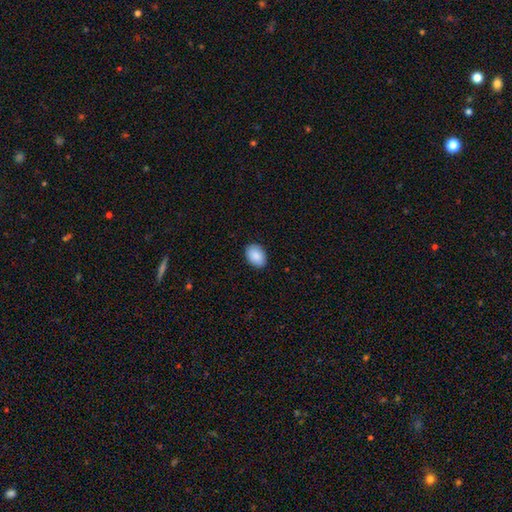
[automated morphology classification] Smooth or featured? smooth (89%)
How rounded? in between (78%)
Merging? none (88%)